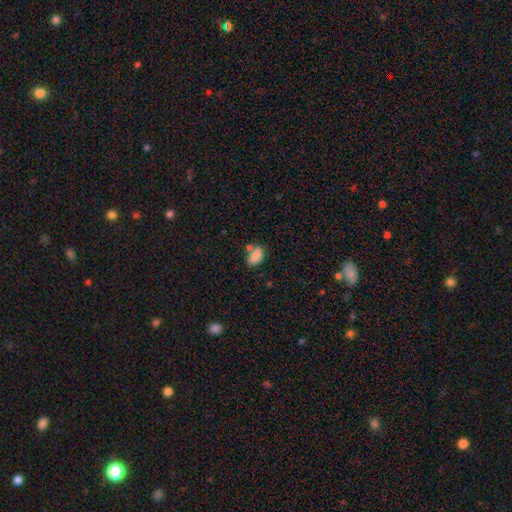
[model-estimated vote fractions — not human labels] This appears to be a smooth galaxy with no disk features (83%) that is in between round and cigar-shaped (89%). Merging: none (57%).